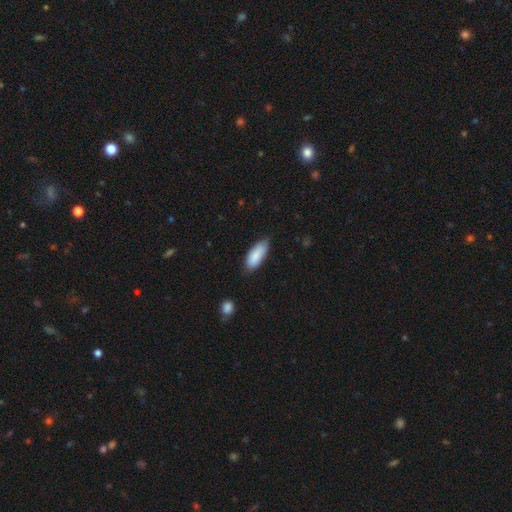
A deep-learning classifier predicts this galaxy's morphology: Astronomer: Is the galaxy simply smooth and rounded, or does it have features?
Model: smooth — 87%.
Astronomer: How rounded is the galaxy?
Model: in between — 81%.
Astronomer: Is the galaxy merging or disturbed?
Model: none — 76%.